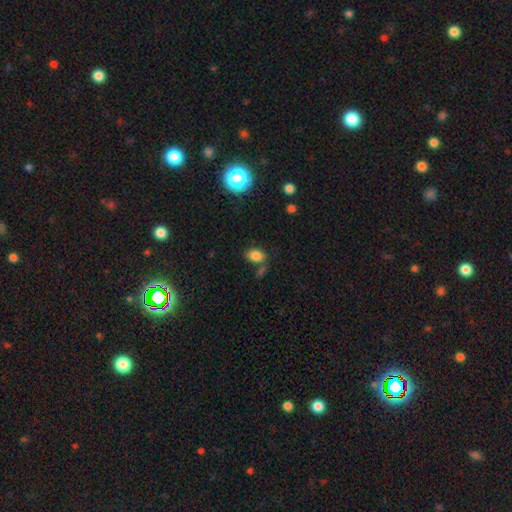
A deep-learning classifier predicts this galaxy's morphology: A smooth galaxy with no disk features (82%) that is in between round and cigar-shaped (81%). Merging: none (68%).